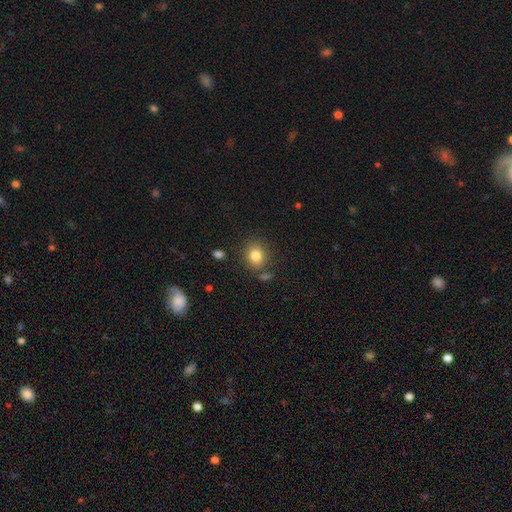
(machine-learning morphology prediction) A smooth galaxy with no disk features (82%) that is round (72%).

Vote fractions:
- Smooth or featured? smooth: 82% / star or artifact: 11% / featured or disk: 7%
- How rounded? round: 72% / in between: 27% / cigar-shaped: 1%
- Merging? none: 80% / minor disturbance: 10% / merger: 6% / major disturbance: 3%